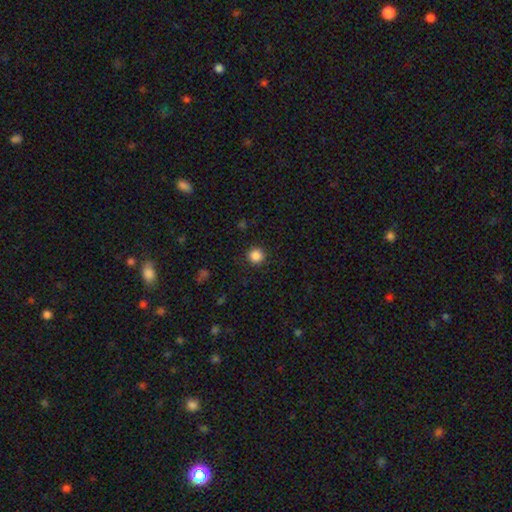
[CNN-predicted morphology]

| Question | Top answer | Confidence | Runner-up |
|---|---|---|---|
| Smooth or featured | smooth | 87% | star or artifact (11%) |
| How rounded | round | 95% | in between (4%) |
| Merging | none | 92% | minor disturbance (5%) |